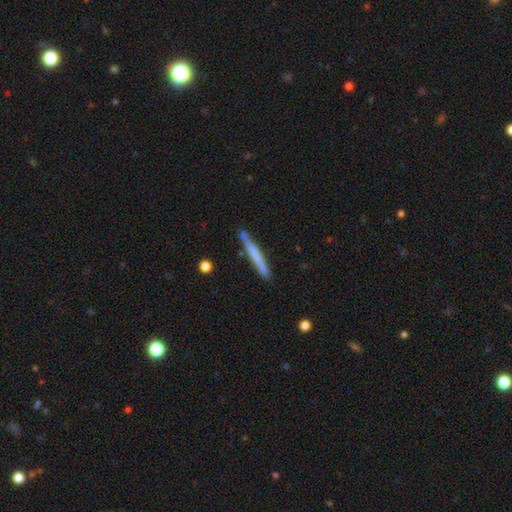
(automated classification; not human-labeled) Overall: smooth (60%; featured or disk 34%). How rounded: cigar-shaped (96%). Merging: none (81%).